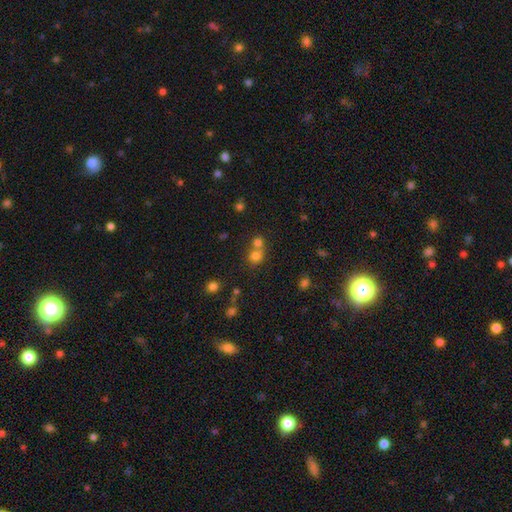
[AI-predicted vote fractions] This is likely a smooth galaxy (73%). How rounded: clearly round (84%). Merging: possibly merger (50%).